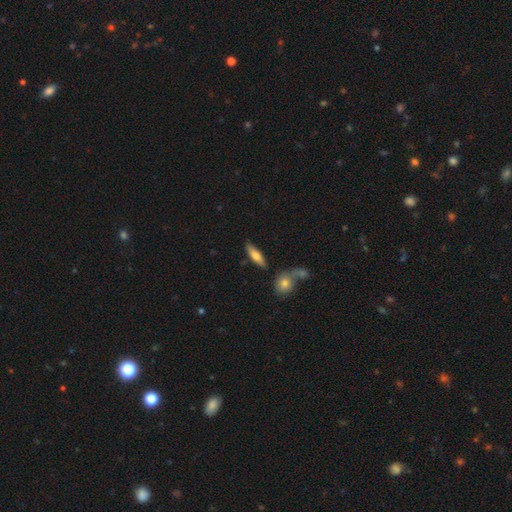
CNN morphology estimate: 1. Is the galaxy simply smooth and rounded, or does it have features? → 67% smooth, 26% featured or disk, 6% star or artifact.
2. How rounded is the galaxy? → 53% cigar-shaped, 44% in between, 3% round.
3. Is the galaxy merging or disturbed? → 78% none, 10% minor disturbance, 9% merger, 3% major disturbance.